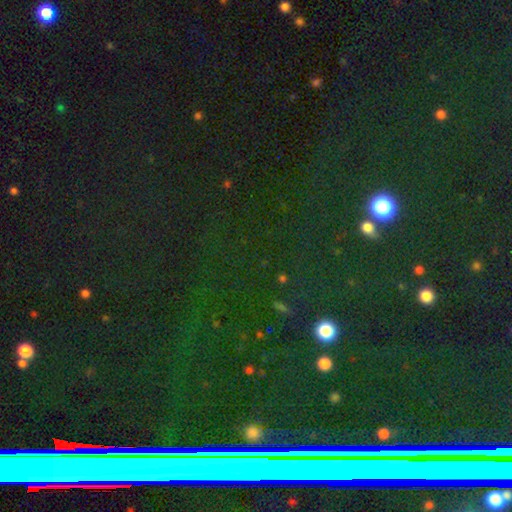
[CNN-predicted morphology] smooth-or-featured: star or artifact: 78% | smooth: 13% | featured or disk: 9%